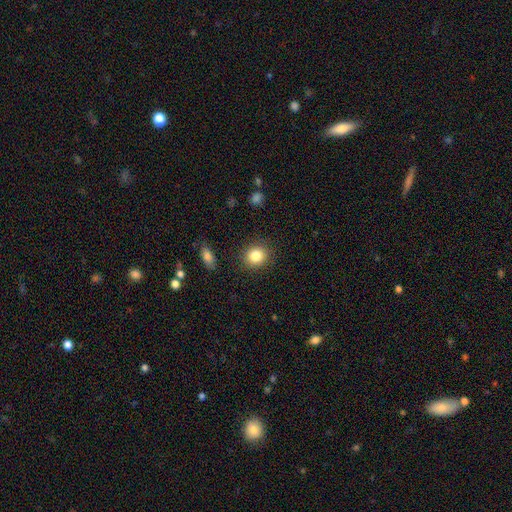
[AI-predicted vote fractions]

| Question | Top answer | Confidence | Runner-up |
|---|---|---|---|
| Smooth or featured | smooth | 84% | star or artifact (9%) |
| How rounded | round | 76% | in between (23%) |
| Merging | none | 88% | minor disturbance (8%) |